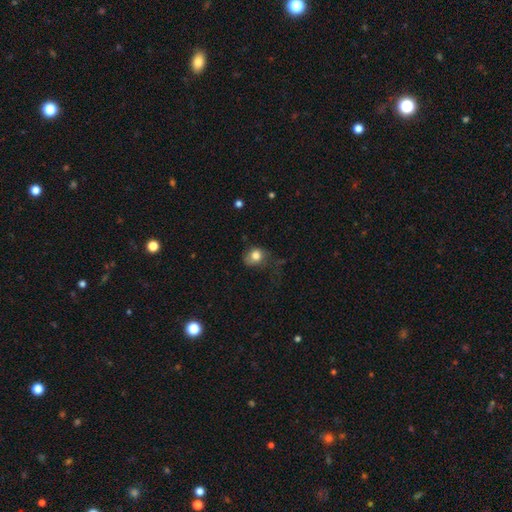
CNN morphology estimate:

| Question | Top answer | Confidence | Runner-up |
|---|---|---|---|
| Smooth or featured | smooth | 79% | featured or disk (11%) |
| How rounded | round | 61% | in between (38%) |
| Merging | none | 50% | minor disturbance (29%) |